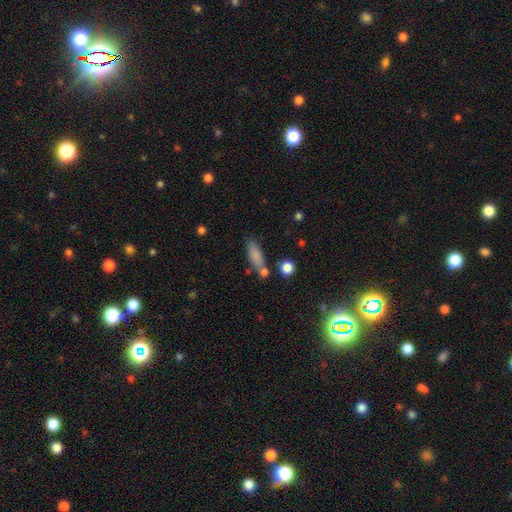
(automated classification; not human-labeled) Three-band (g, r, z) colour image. It shows a smooth galaxy with no disk features (82%) that is in between round and cigar-shaped (57%). Merging: none (65%).